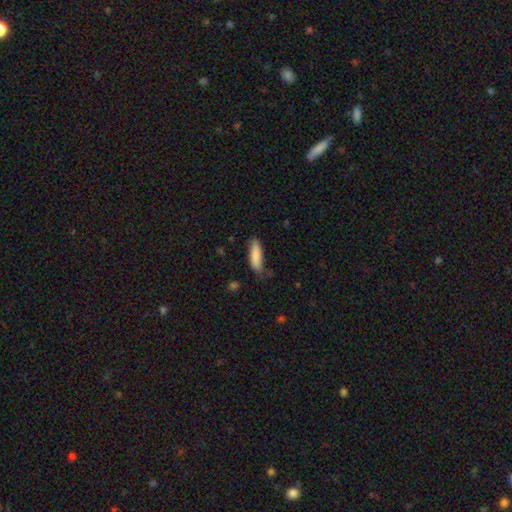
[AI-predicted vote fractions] This appears to be a smooth galaxy with no disk features (85%) that is cigar-shaped (56%). Merging: none (66%).